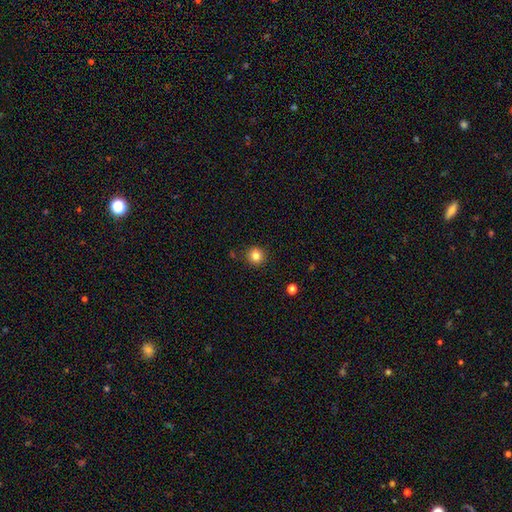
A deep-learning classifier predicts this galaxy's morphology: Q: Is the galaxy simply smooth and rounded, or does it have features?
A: smooth — 82%.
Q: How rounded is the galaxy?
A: round — 93%.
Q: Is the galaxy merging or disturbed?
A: none — 90%.